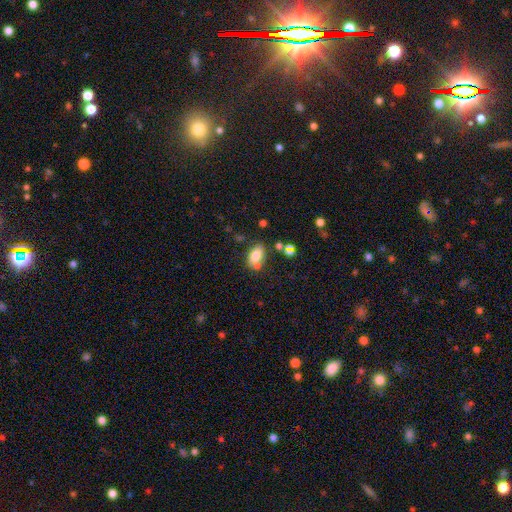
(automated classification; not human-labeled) smooth 77%, featured or disk 14%, star or artifact 9%. Down the decision tree: how rounded — in between (88%); merging — none (61%).